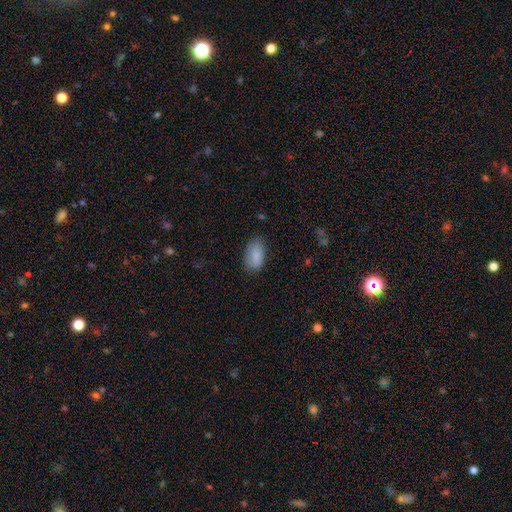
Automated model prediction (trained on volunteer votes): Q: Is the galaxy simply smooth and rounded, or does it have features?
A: smooth — 87%.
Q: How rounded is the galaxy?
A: in between — 94%.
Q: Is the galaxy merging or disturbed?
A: none — 77%.